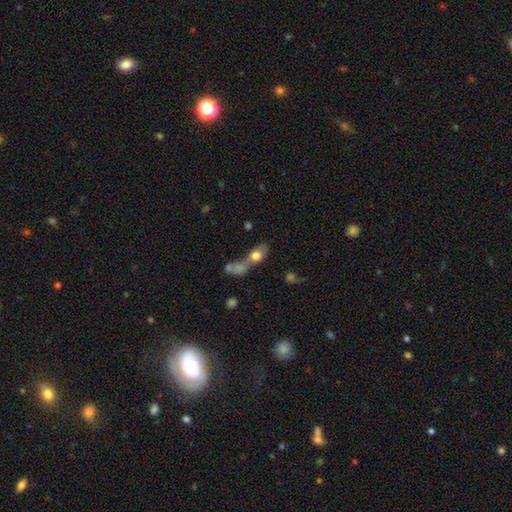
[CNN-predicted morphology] smooth_or_featured: smooth (p=0.68) [alt: featured or disk p=0.22]
how_rounded: in between (p=0.60) [alt: round p=0.31]
merging: merger (p=0.61) [alt: none p=0.19]